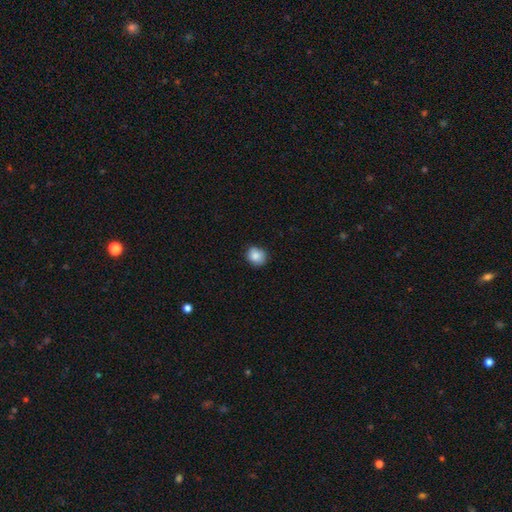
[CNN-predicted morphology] Q: Smooth or featured?
A: smooth (84%); runner-up: star or artifact (9%)
Q: How rounded?
A: round (77%); runner-up: in between (22%)
Q: Merging?
A: none (78%); runner-up: minor disturbance (18%)